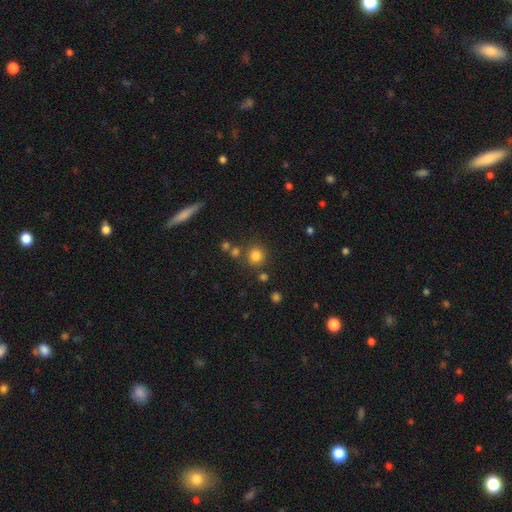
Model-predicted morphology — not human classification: Q: Smooth or featured?
A: smooth (80%); runner-up: star or artifact (14%)
Q: How rounded?
A: round (91%); runner-up: in between (8%)
Q: Merging?
A: none (77%); runner-up: merger (10%)